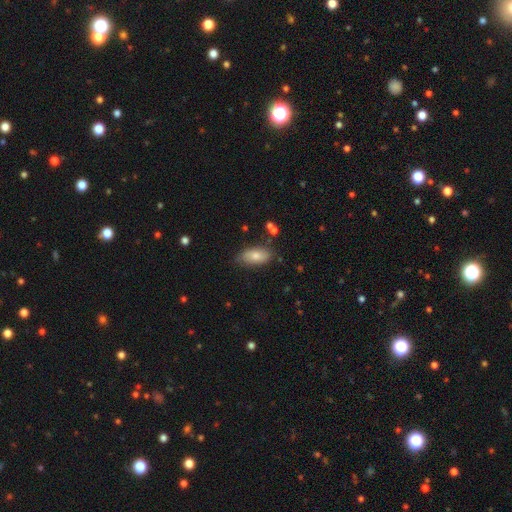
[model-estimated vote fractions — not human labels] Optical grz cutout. It shows a smooth galaxy with no disk features (77%) that is in between round and cigar-shaped (90%). Merging: none (77%).